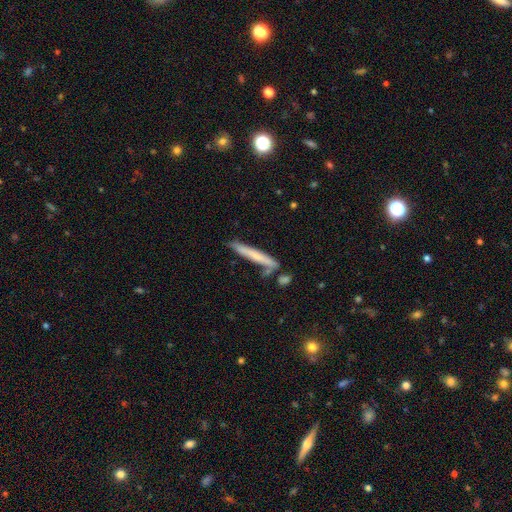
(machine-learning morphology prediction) A smooth galaxy with no disk features (61%) that is cigar-shaped (95%). Merging: none (73%).